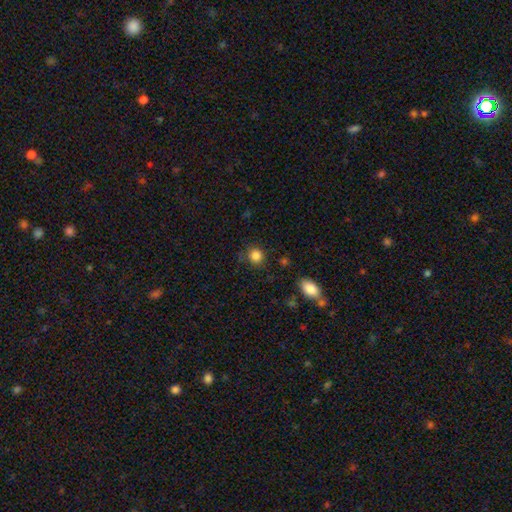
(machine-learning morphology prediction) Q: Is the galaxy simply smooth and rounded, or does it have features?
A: smooth — 85%.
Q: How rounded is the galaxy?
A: round — 87%.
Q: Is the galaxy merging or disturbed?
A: none — 81%.